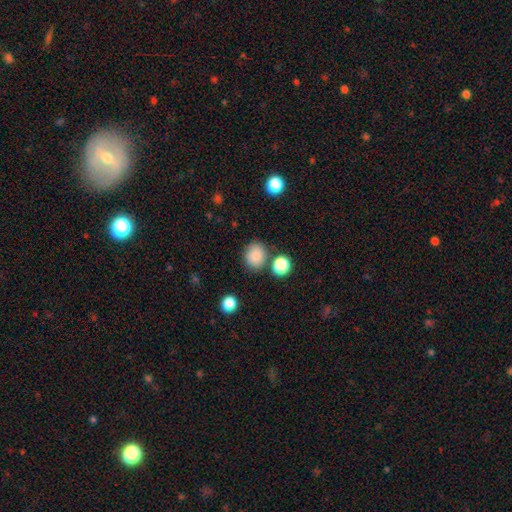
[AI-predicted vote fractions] smooth_or_featured: smooth (p=0.85) [alt: star or artifact p=0.10]
how_rounded: round (p=0.67) [alt: in between p=0.33]
merging: none (p=0.77) [alt: minor disturbance p=0.12]